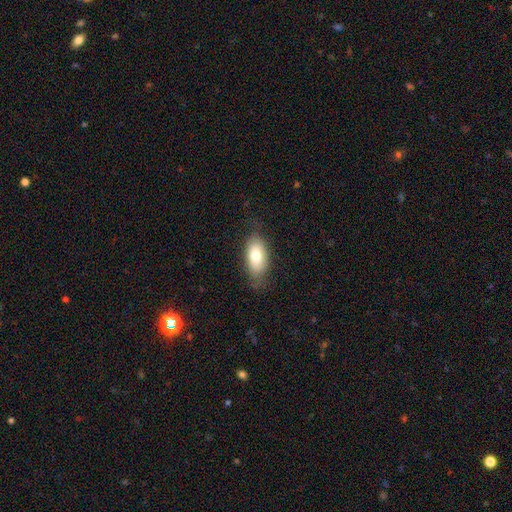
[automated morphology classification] The model was most divided on "smooth or featured": smooth: 74%, featured or disk: 19%, star or artifact: 7%. More confident: how rounded — in between (91%); merging — none (75%).